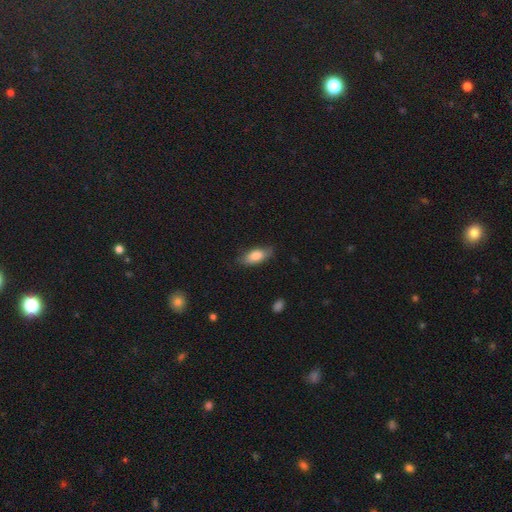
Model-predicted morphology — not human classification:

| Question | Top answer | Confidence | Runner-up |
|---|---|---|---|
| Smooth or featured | smooth | 80% | featured or disk (14%) |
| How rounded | in between | 81% | cigar-shaped (16%) |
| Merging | none | 77% | minor disturbance (18%) |